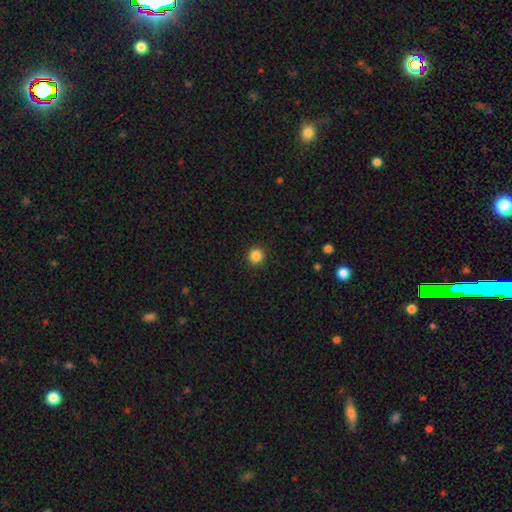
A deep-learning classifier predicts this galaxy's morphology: Overall: smooth (87%). How rounded: round (92%). Merging: none (92%).